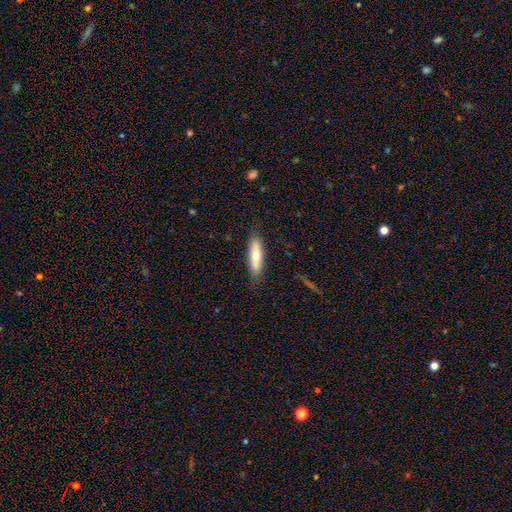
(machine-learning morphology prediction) type=smooth (67%); roundness=cigar-shaped (65%); merging=none (82%).